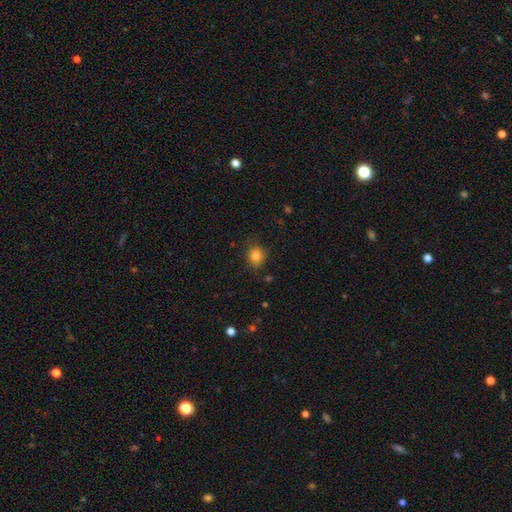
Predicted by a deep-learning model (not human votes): Q: Smooth or featured?
A: smooth (82%); runner-up: star or artifact (11%)
Q: How rounded?
A: round (75%); runner-up: in between (24%)
Q: Merging?
A: none (83%); runner-up: minor disturbance (12%)